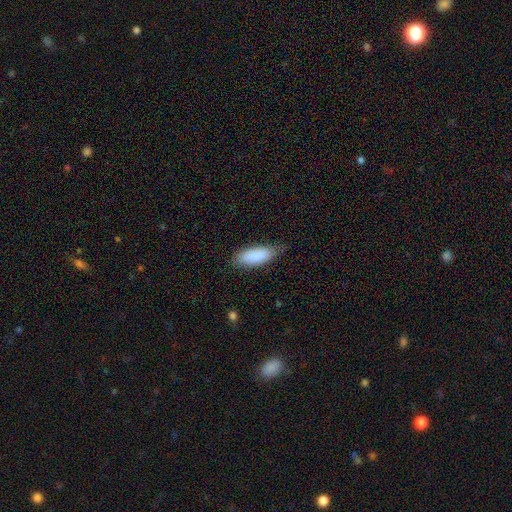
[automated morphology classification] type=smooth (88%); roundness=in between (76%); merging=none (70%).